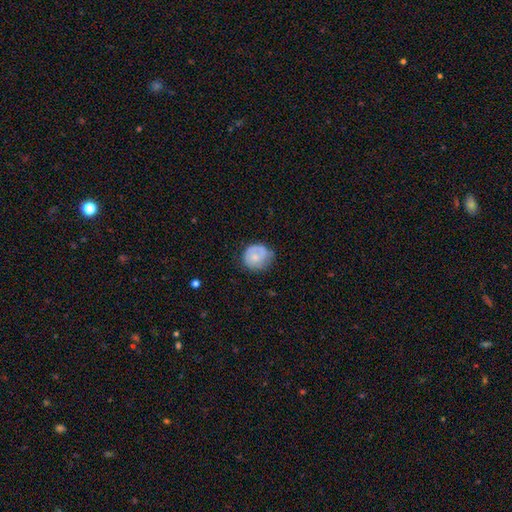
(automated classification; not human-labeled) Smooth or featured? Predicted: smooth (p=0.58). How rounded? Predicted: round (p=0.81). Merging? Predicted: none (p=0.61).